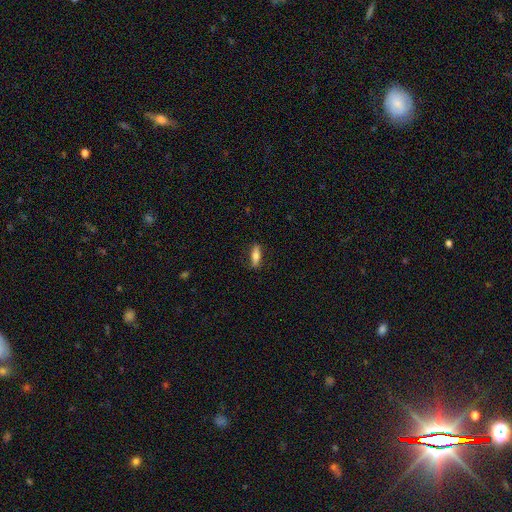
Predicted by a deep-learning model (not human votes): Smooth or featured?
  - smooth: 68% *
  - featured or disk: 26%
  - star or artifact: 7%
How rounded?
  - cigar-shaped: 57% *
  - in between: 41%
  - round: 3%
Merging?
  - none: 84% *
  - minor disturbance: 12%
  - major disturbance: 3%
  - merger: 1%